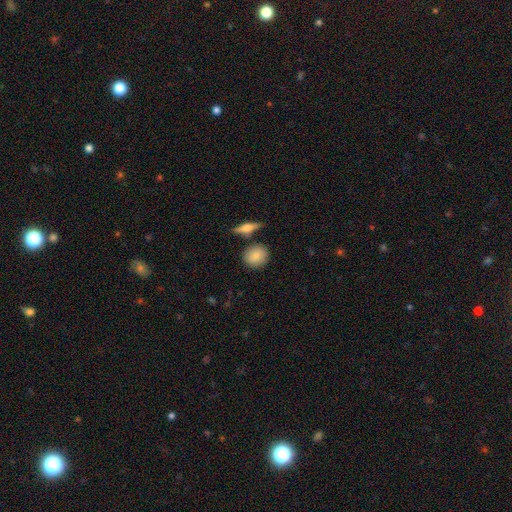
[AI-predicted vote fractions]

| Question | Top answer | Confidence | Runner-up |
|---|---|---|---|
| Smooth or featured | smooth | 81% | featured or disk (12%) |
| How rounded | round | 83% | in between (15%) |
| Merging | none | 79% | minor disturbance (11%) |